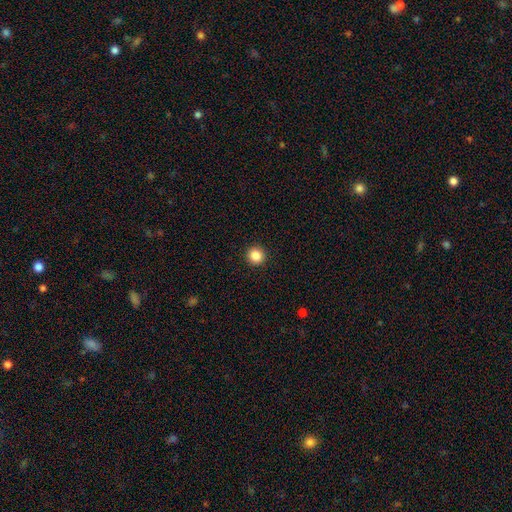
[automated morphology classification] Smooth or featured? smooth (86%)
How rounded? round (95%)
Merging? none (93%)